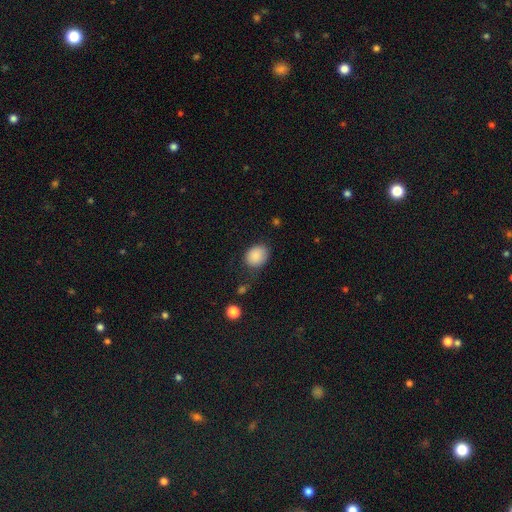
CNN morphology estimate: Smooth or featured? Predicted: smooth (p=0.87). How rounded? Predicted: in between (p=0.53). Merging? Predicted: none (p=0.69).